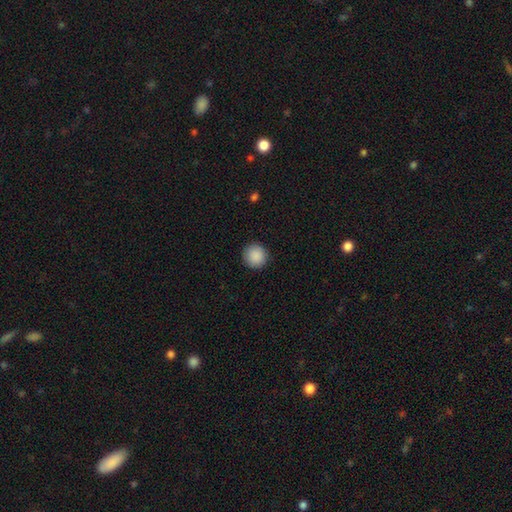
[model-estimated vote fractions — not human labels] The model was most divided on "smooth or featured": smooth: 90%, star or artifact: 7%, featured or disk: 3%. More confident: how rounded — round (95%); merging — none (92%).